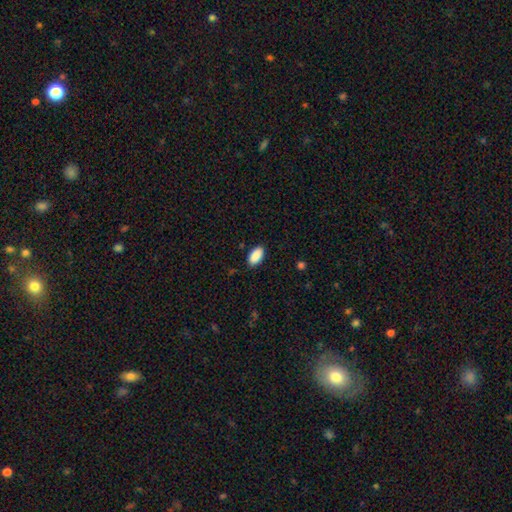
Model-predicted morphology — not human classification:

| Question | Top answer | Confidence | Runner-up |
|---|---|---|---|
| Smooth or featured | smooth | 90% | star or artifact (7%) |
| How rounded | in between | 94% | cigar-shaped (3%) |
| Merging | none | 87% | minor disturbance (10%) |